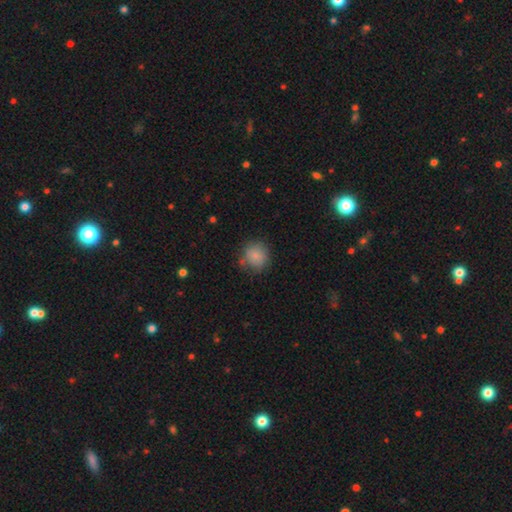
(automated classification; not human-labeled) A smooth galaxy with no disk features (84%) that is round (87%). Merging: none (76%).